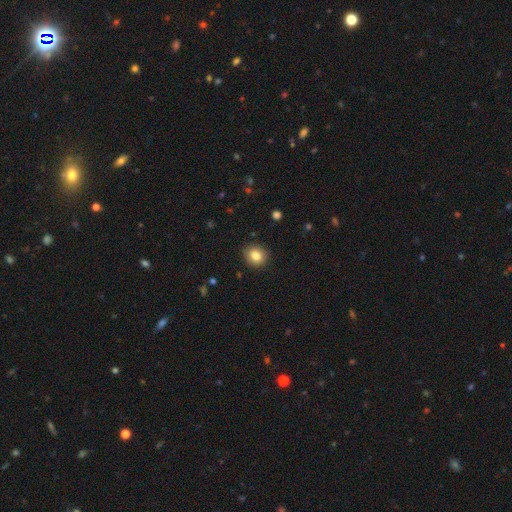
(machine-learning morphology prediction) Smooth or featured?
  - smooth: 83% *
  - star or artifact: 10%
  - featured or disk: 7%
How rounded?
  - round: 76% *
  - in between: 23%
  - cigar-shaped: 1%
Merging?
  - none: 90% *
  - minor disturbance: 8%
  - major disturbance: 2%
  - merger: 1%